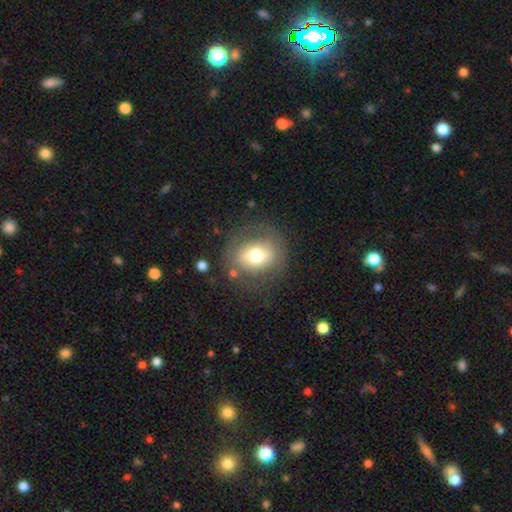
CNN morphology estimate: Q: Smooth or featured?
A: smooth (60%); runner-up: featured or disk (31%)
Q: How rounded?
A: round (77%); runner-up: in between (22%)
Q: Merging?
A: none (75%); runner-up: minor disturbance (13%)